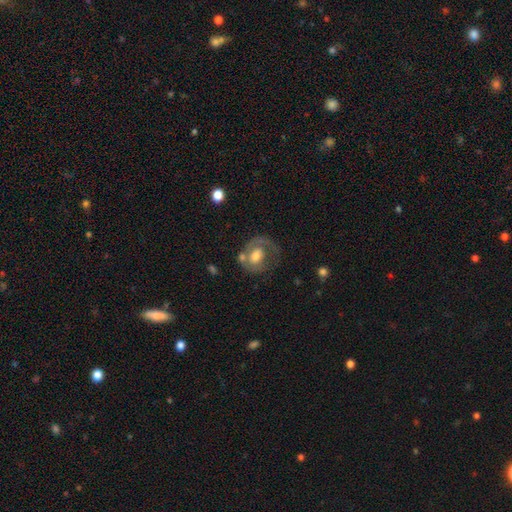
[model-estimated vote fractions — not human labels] featured or disk 59%, smooth 35%, star or artifact 6%. Down the decision tree: edge-on disk — no (97%); bar — no (65%); spiral arms — yes (62%); bulge size — moderate (61%); merging — none (45%).